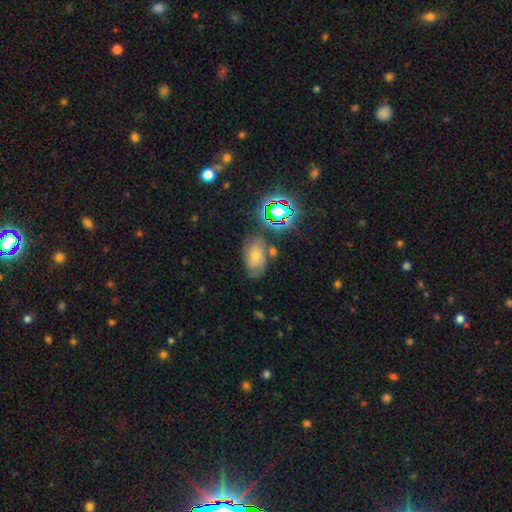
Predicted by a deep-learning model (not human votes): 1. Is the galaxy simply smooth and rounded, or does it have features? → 42% featured or disk, 30% star or artifact, 28% smooth.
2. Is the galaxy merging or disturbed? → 66% none, 20% minor disturbance, 8% major disturbance, 7% merger.